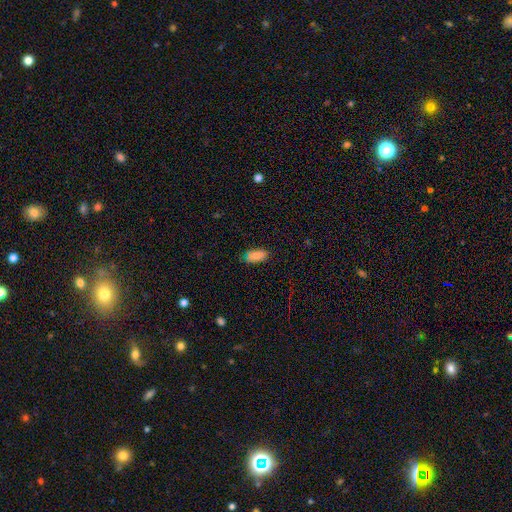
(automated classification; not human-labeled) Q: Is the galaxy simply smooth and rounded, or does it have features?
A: smooth — 88%.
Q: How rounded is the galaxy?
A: in between — 84%.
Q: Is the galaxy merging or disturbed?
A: none — 78%.